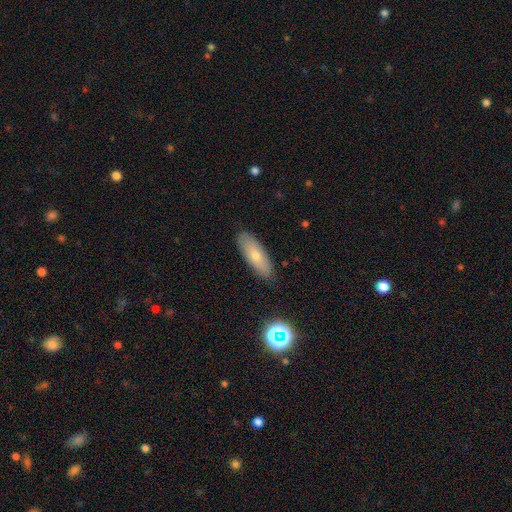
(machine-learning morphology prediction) smooth-or-featured: smooth: 66% | featured or disk: 25% | star or artifact: 9%
  how-rounded: in between: 66% | cigar-shaped: 31% | round: 3%
  merging: none: 86% | minor disturbance: 11% | major disturbance: 2% | merger: 1%